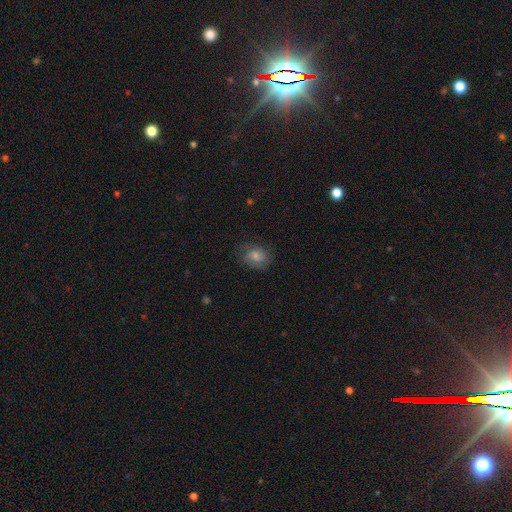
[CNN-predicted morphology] Q: Smooth or featured?
A: smooth (52%); runner-up: featured or disk (32%)
Q: How rounded?
A: round (50%); runner-up: in between (49%)
Q: Merging?
A: none (76%); runner-up: minor disturbance (17%)